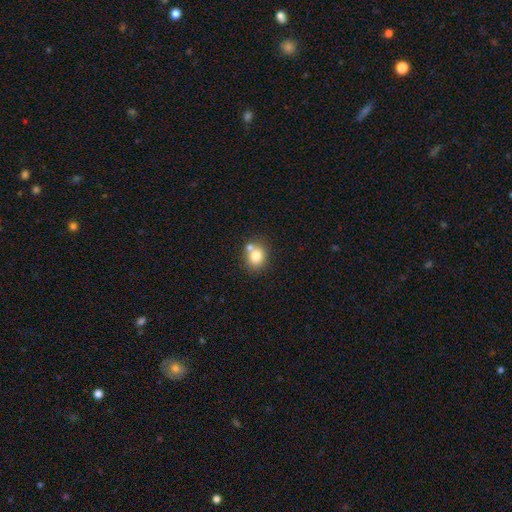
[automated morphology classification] smooth_or_featured: smooth (p=0.78) [alt: featured or disk p=0.12]
how_rounded: round (p=0.69) [alt: in between p=0.31]
merging: none (p=0.57) [alt: merger p=0.29]